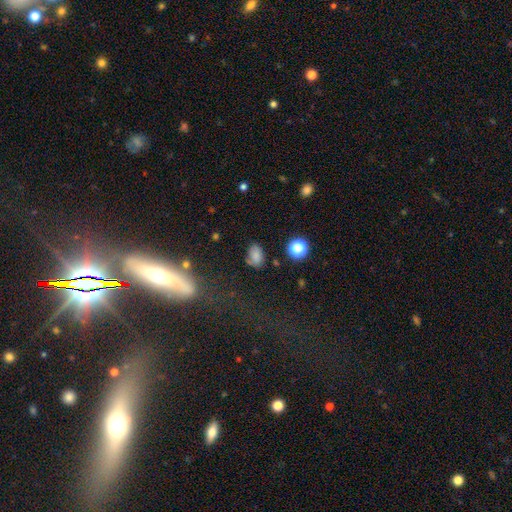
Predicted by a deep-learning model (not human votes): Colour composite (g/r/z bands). It shows a smooth galaxy with no disk features (72%) that is in between round and cigar-shaped (83%). Merging: none (65%).